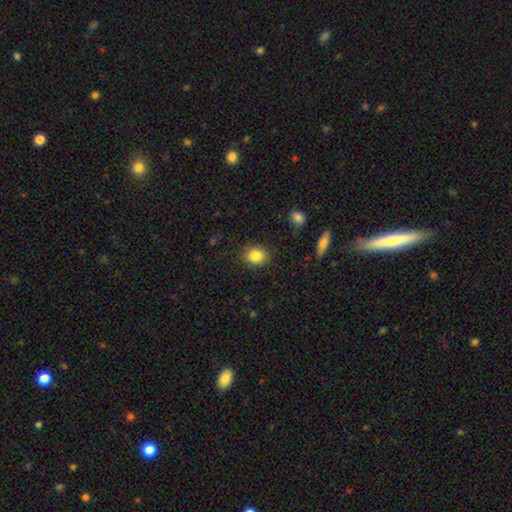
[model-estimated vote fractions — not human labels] This appears to be a smooth galaxy with no disk features (85%) that is round (70%). Merging: none (88%).